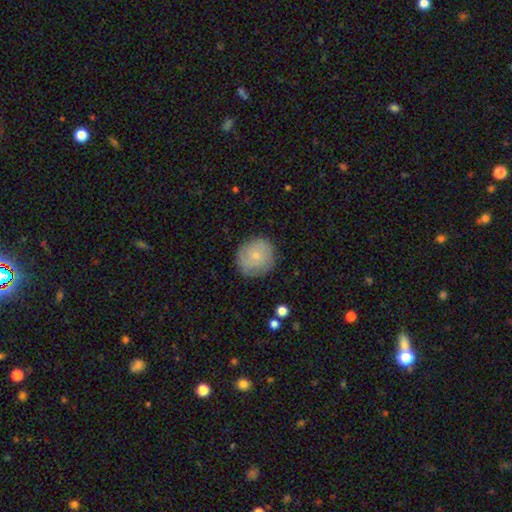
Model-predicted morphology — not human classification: type=smooth (62%); roundness=round (89%); merging=none (80%).